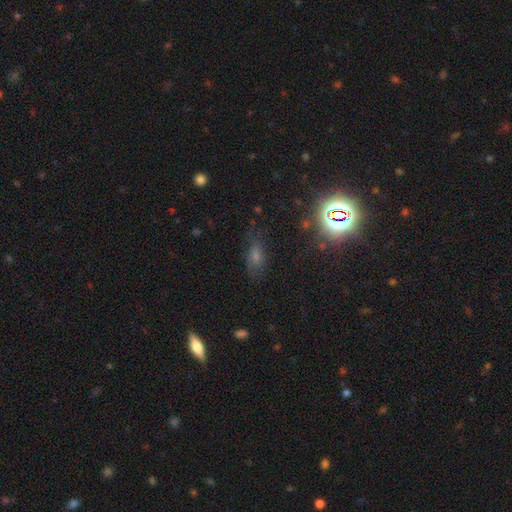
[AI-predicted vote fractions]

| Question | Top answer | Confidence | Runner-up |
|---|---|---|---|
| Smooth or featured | smooth | 43% | star or artifact (37%) |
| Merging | none | 71% | minor disturbance (19%) |